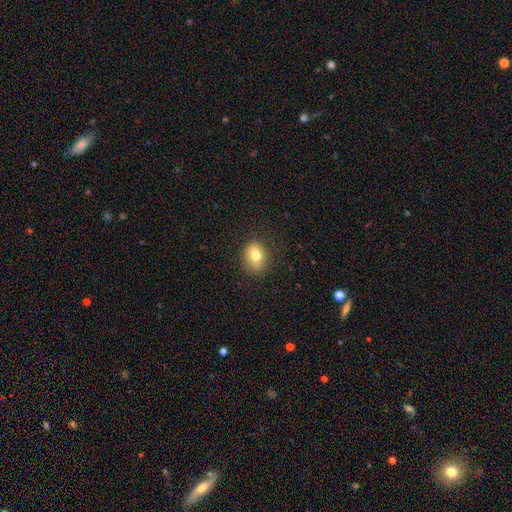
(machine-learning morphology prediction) This appears to be a smooth galaxy with no disk features (75%) that is in between round and cigar-shaped (54%). Merging: none (83%).